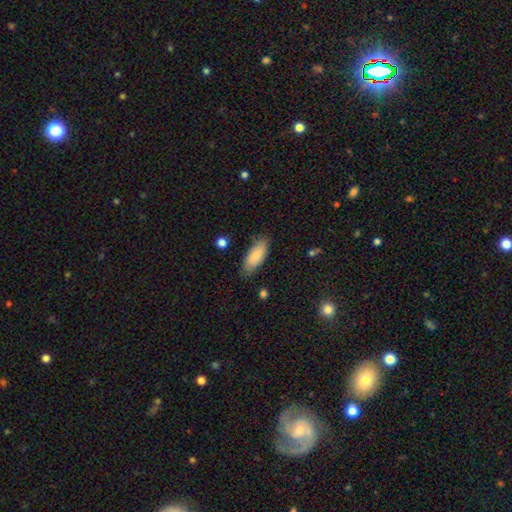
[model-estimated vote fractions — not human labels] A smooth galaxy with no disk features (84%) that is in between round and cigar-shaped (80%). Merging: none (79%).